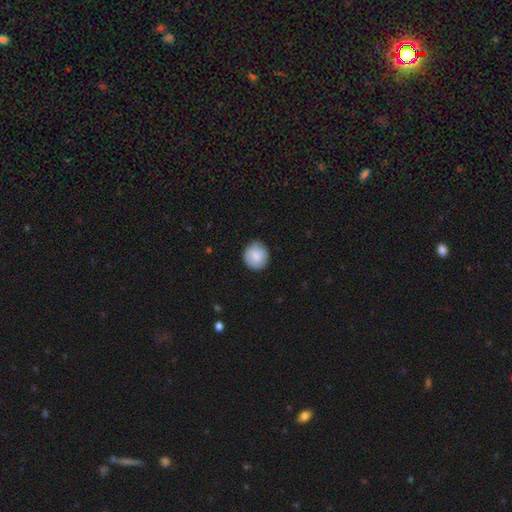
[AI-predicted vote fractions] Morphology: type=smooth (83%); roundness=round (91%); merging=none (84%).